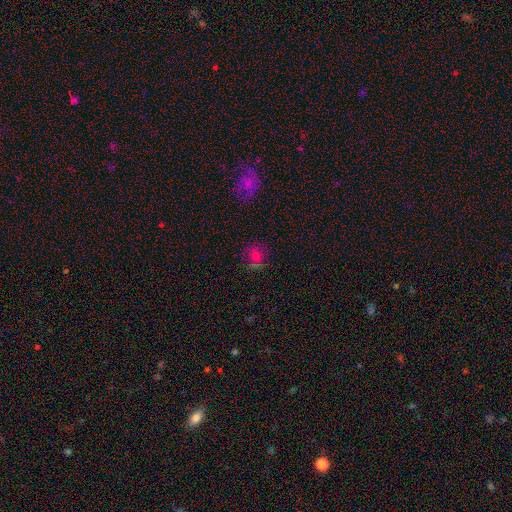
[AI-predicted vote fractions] A smooth galaxy with no disk features (62%) that is round (82%). Merging: none (70%).